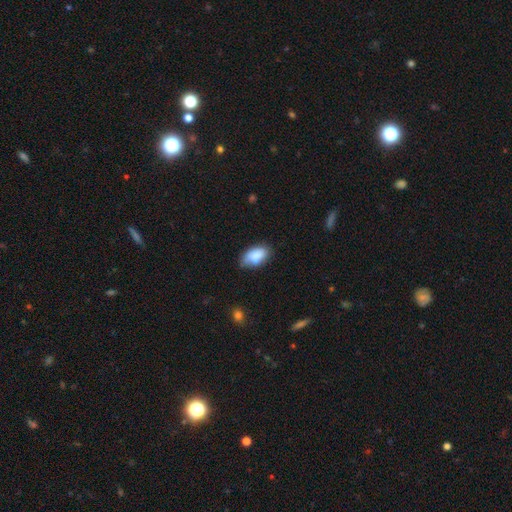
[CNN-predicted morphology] smooth-or-featured: smooth: 83% | featured or disk: 10% | star or artifact: 7%
  how-rounded: in between: 93% | round: 5% | cigar-shaped: 2%
  merging: none: 62% | minor disturbance: 29% | major disturbance: 6% | merger: 3%